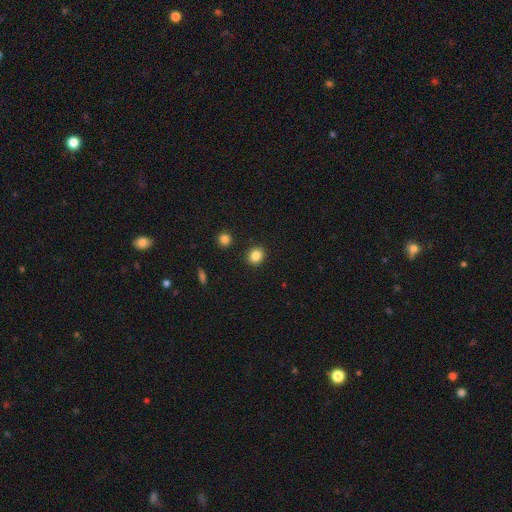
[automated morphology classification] Smooth or featured?
  - smooth: 85% *
  - star or artifact: 10%
  - featured or disk: 5%
How rounded?
  - round: 76% *
  - in between: 23%
  - cigar-shaped: 1%
Merging?
  - none: 90% *
  - minor disturbance: 6%
  - merger: 2%
  - major disturbance: 2%